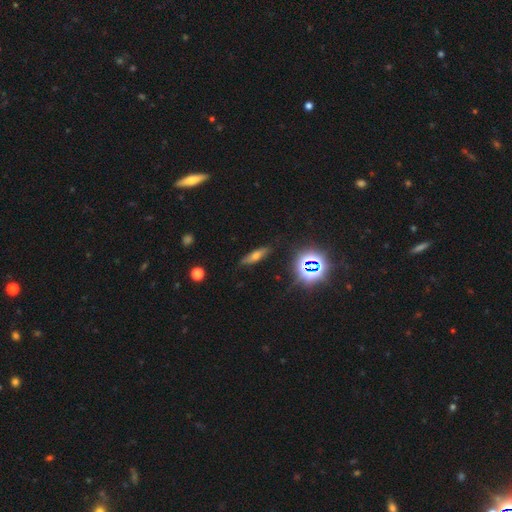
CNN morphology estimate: Smooth or featured? smooth (45%)
Merging? none (84%)